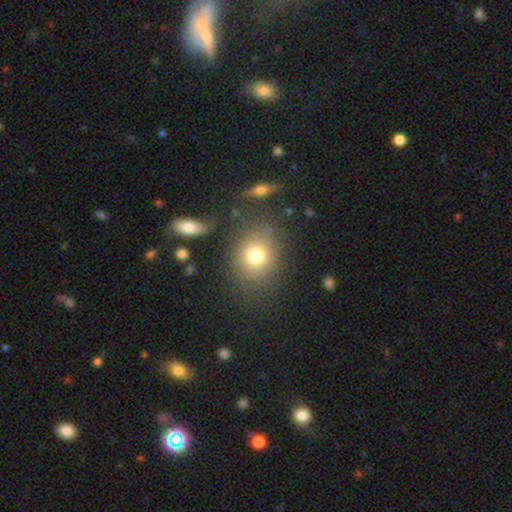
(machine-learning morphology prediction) This is likely a smooth galaxy (74%). How rounded: likely round (67%). Merging: likely none (77%).